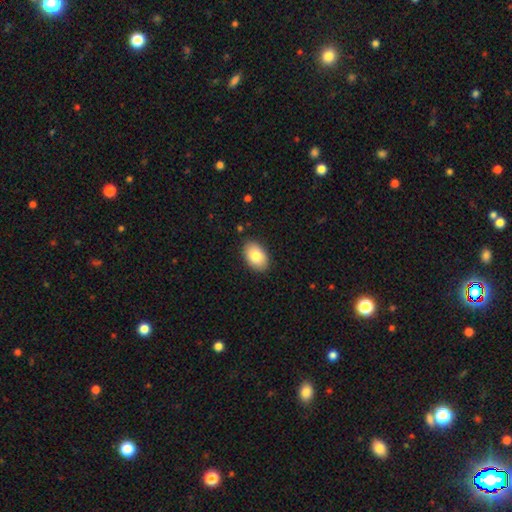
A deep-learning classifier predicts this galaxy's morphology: A smooth galaxy with no disk features (83%) that is in between round and cigar-shaped (89%).

Vote fractions:
- Smooth or featured? smooth: 83% / featured or disk: 10% / star or artifact: 7%
- How rounded? in between: 89% / round: 10% / cigar-shaped: 1%
- Merging? none: 88% / minor disturbance: 9% / major disturbance: 2% / merger: 1%